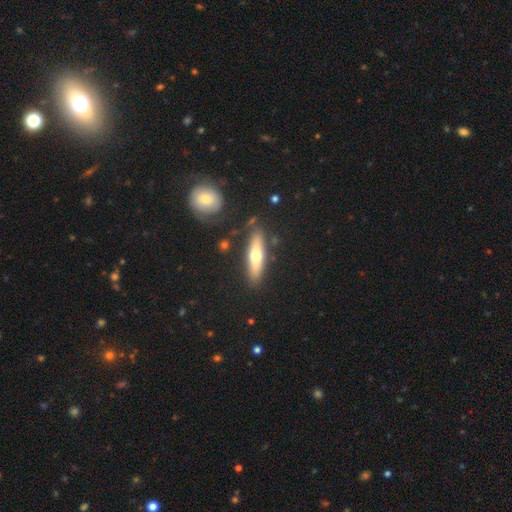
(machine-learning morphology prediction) Smooth or featured? smooth (56%)
How rounded? cigar-shaped (68%)
Merging? none (82%)